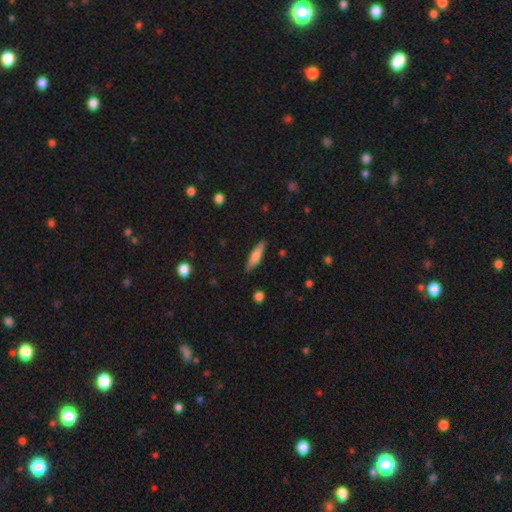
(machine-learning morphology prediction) Smooth or featured?
  - smooth: 66% *
  - featured or disk: 28%
  - star or artifact: 6%
How rounded?
  - cigar-shaped: 72% *
  - in between: 26%
  - round: 2%
Merging?
  - none: 87% *
  - minor disturbance: 10%
  - major disturbance: 2%
  - merger: 1%